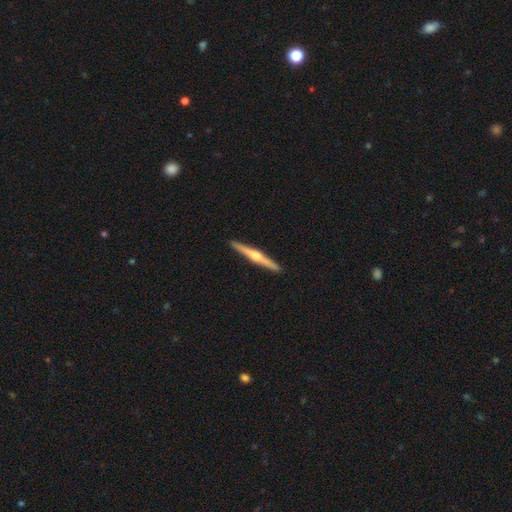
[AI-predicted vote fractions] Smooth or featured? Predicted: featured or disk (p=0.77). Edge-on disk? Predicted: yes (p=0.98). Edge-on bulge? Predicted: rounded (p=0.93). Merging? Predicted: none (p=0.93).